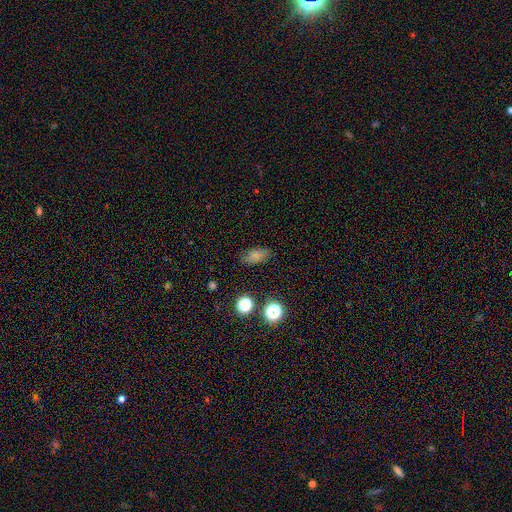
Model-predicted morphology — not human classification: This appears to be a smooth galaxy with no disk features (77%) that is in between round and cigar-shaped (84%). Merging: none (81%).